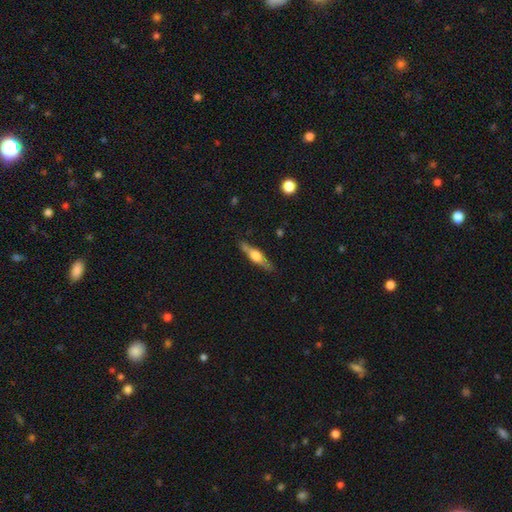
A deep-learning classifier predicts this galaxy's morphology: Q: Smooth or featured?
A: featured or disk (62%); runner-up: smooth (32%)
Q: Edge-on disk?
A: yes (94%); runner-up: no (6%)
Q: Edge-on bulge?
A: rounded (89%); runner-up: boxy (9%)
Q: Merging?
A: none (81%); runner-up: minor disturbance (13%)